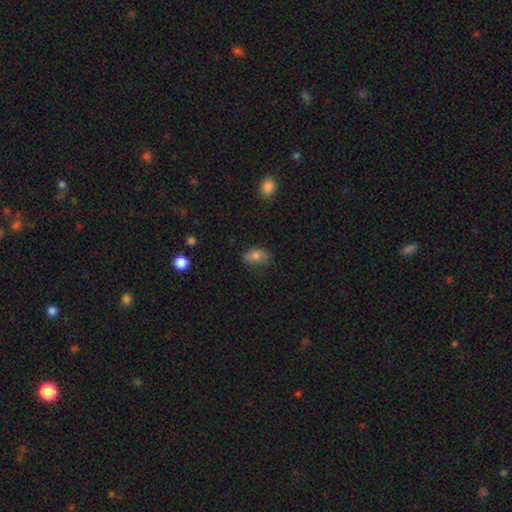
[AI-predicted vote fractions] Smooth or featured: smooth — 74% (featured or disk — 16%)
How rounded: in between — 84% (round — 13%)
Merging: none — 69% (minor disturbance — 23%)